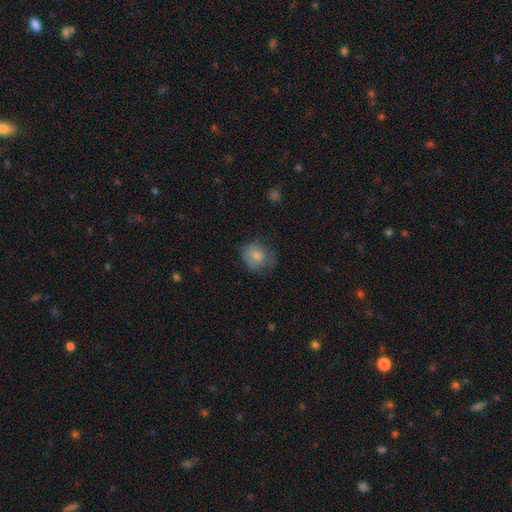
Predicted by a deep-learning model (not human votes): Smooth or featured? smooth (73%)
How rounded? round (60%)
Merging? none (52%)